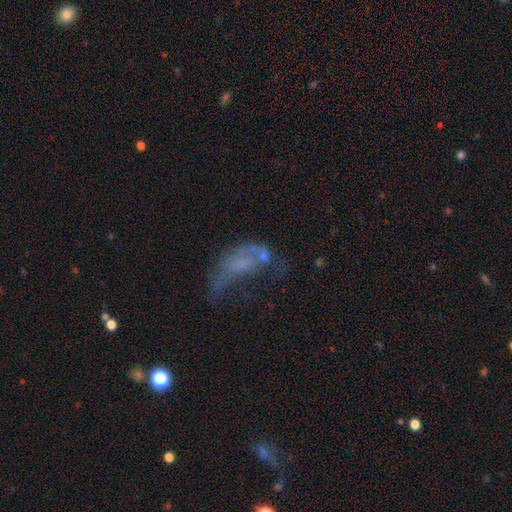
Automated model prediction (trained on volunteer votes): Smooth or featured? Predicted: featured or disk (p=0.48). Merging? Predicted: major disturbance (p=0.44).